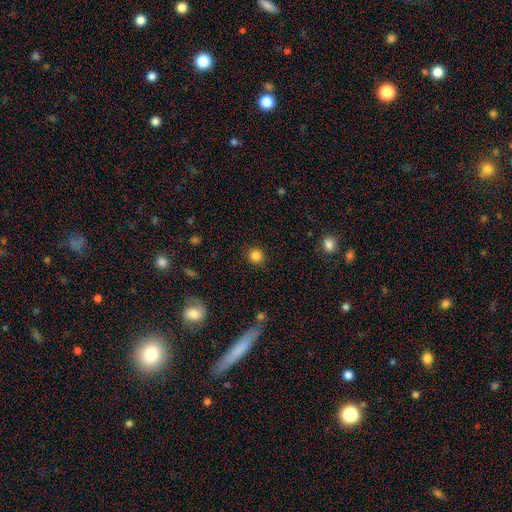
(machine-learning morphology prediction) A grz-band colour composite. It shows a smooth galaxy with no disk features (85%) that is round (92%). Merging: none (87%).